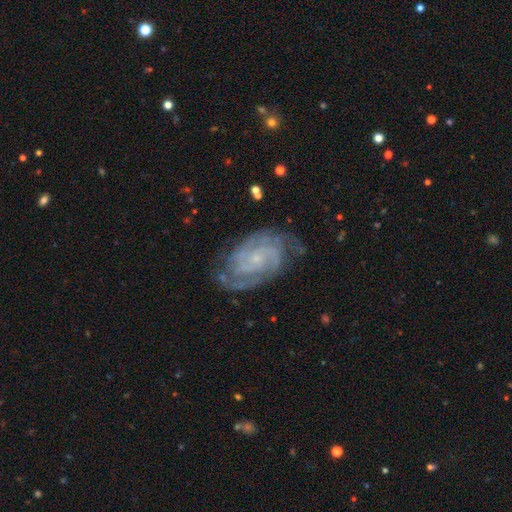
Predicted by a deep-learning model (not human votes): smooth-or-featured: featured or disk: 85% | star or artifact: 9% | smooth: 6%
  disk-edge-on: no: 97% | yes: 3%
    bar: no: 54% | weak: 35% | strong: 12%
    has-spiral-arms: yes: 98% | no: 2%
      spiral-winding: tight: 71% | medium: 25% | loose: 4%
      spiral-arm-count: 2: 39% | 3: 21% | can't tell: 16% | 4: 10% | more than 4: 7% | 1: 6%
    bulge-size: small: 74% | moderate: 14% | none: 9% | large: 1% | dominant: 1%
  merging: none: 80% | minor disturbance: 14% | major disturbance: 5% | merger: 1%